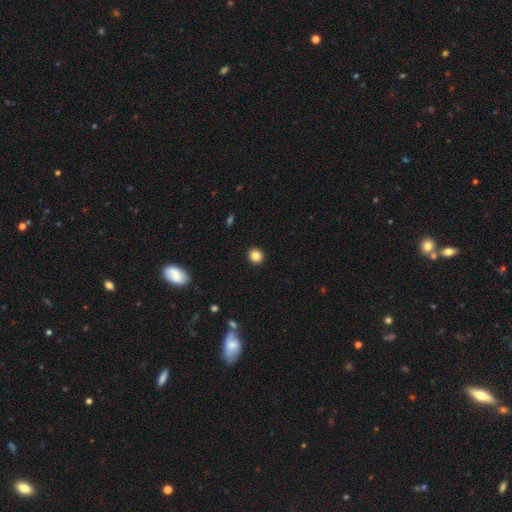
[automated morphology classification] A smooth galaxy with no disk features (84%) that is round (82%).

Vote fractions:
- Smooth or featured? smooth: 84% / star or artifact: 10% / featured or disk: 5%
- How rounded? round: 82% / in between: 17% / cigar-shaped: 1%
- Merging? none: 92% / minor disturbance: 5% / major disturbance: 2% / merger: 1%